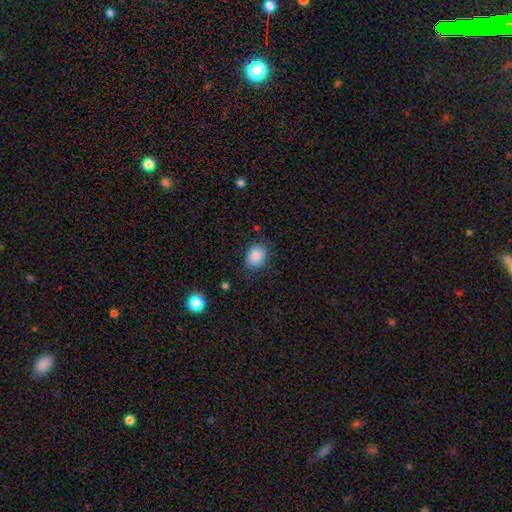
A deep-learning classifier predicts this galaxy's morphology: Smooth or featured: smooth — 86% (star or artifact — 9%)
How rounded: round — 51% (in between — 48%)
Merging: none — 79% (minor disturbance — 16%)